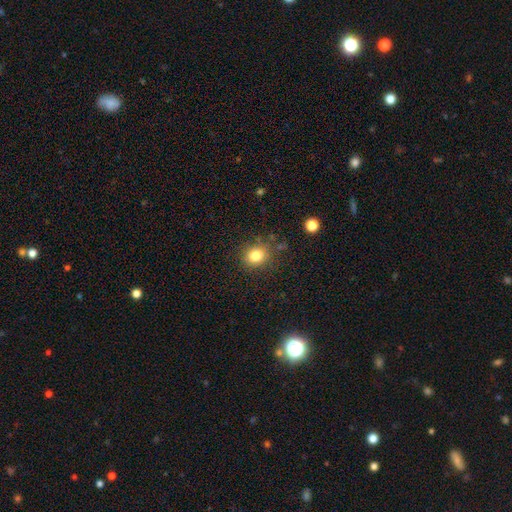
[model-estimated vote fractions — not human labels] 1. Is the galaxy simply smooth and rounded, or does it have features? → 82% smooth, 11% star or artifact, 6% featured or disk.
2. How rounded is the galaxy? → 67% round, 33% in between, 1% cigar-shaped.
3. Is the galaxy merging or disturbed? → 81% none, 12% minor disturbance, 4% major disturbance, 3% merger.